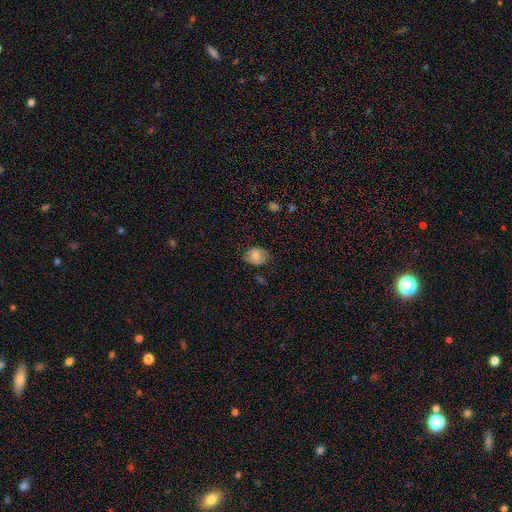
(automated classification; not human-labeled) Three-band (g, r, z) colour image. It shows a smooth galaxy with no disk features (71%) that is in between round and cigar-shaped (57%). Merging: none (71%).